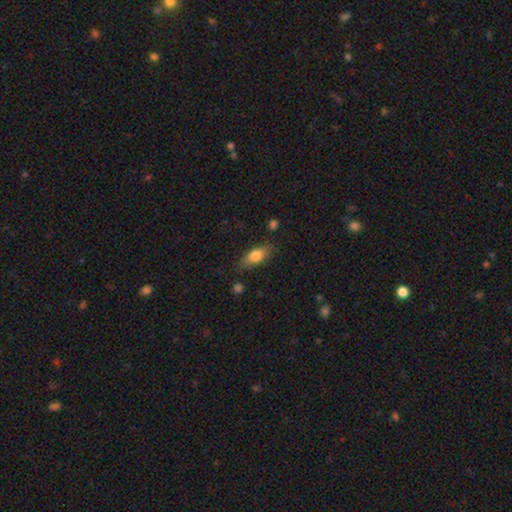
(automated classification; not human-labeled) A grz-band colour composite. It shows a smooth galaxy with no disk features (76%) that is in between round and cigar-shaped (77%). Merging: none (79%).